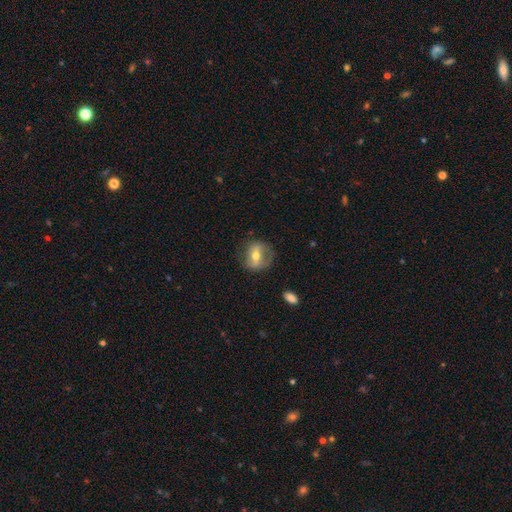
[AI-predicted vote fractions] Q: Smooth or featured?
A: featured or disk (47%); runner-up: smooth (46%)
Q: Merging?
A: none (67%); runner-up: minor disturbance (21%)